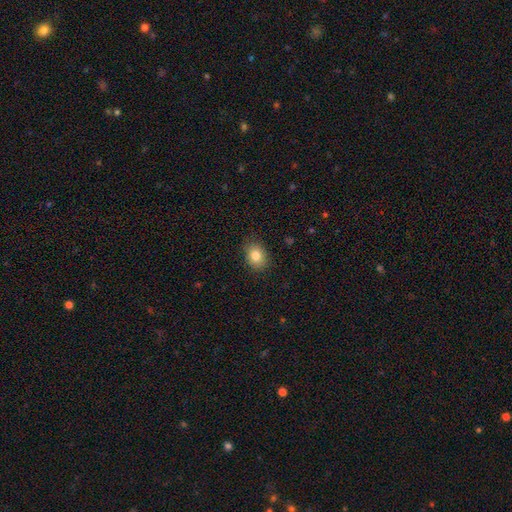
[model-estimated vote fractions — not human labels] The model was most divided on "how rounded": in between: 57%, round: 42%, cigar-shaped: 1%. More confident: merging — none (86%); smooth or featured — smooth (81%).